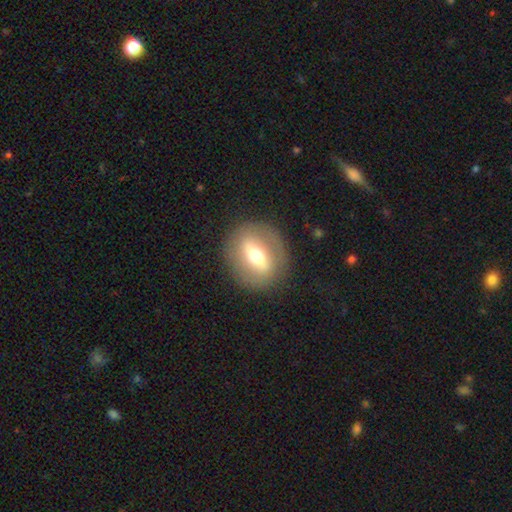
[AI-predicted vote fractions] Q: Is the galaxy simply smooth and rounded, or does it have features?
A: featured or disk — 56%.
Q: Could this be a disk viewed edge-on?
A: no — 78%.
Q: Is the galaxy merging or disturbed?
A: none — 84%.